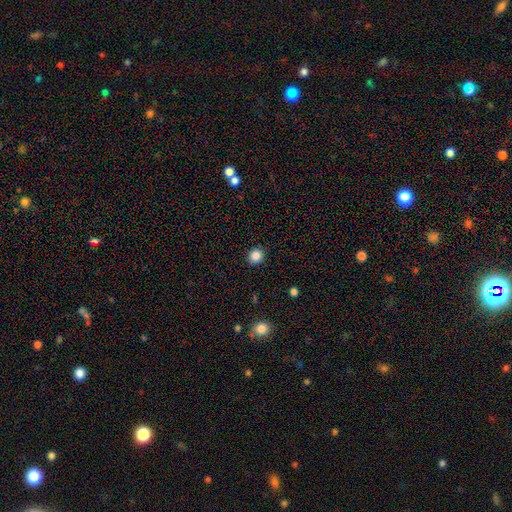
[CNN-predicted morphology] type=smooth (86%); roundness=round (87%); merging=none (92%).